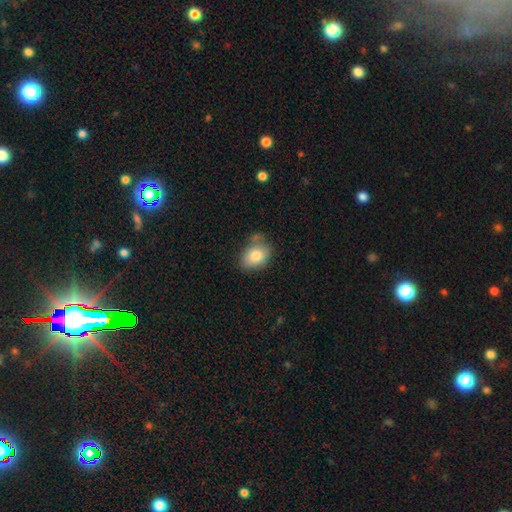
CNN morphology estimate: Smooth or featured?
  - smooth: 81% *
  - featured or disk: 12%
  - star or artifact: 8%
How rounded?
  - in between: 75% *
  - round: 24%
  - cigar-shaped: 1%
Merging?
  - none: 60% *
  - minor disturbance: 25%
  - merger: 8%
  - major disturbance: 7%